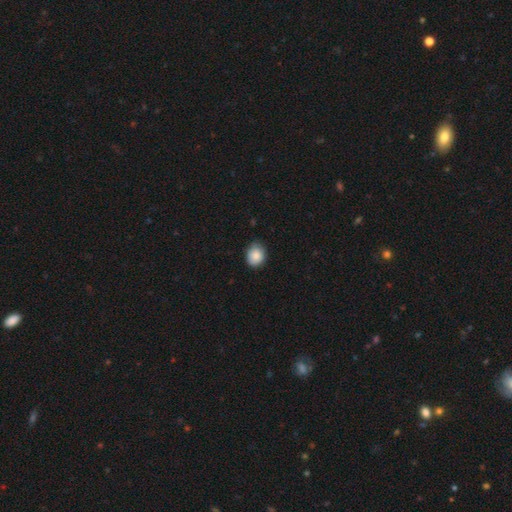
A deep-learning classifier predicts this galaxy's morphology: Smooth or featured: smooth — 86% (star or artifact — 8%)
How rounded: round — 58% (in between — 41%)
Merging: none — 76% (minor disturbance — 20%)